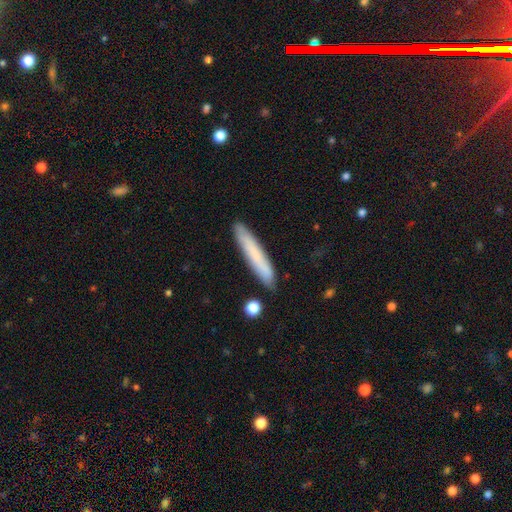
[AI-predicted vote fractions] Smooth or featured: smooth — 71% (featured or disk — 22%)
How rounded: cigar-shaped — 94% (in between — 5%)
Merging: none — 87% (minor disturbance — 9%)